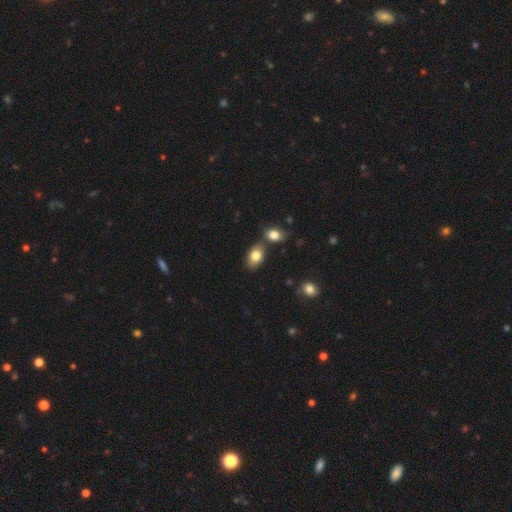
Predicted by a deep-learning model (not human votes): A smooth galaxy with no disk features (82%) that is in between round and cigar-shaped (89%).

Vote fractions:
- Smooth or featured? smooth: 82% / featured or disk: 11% / star or artifact: 8%
- How rounded? in between: 89% / round: 10% / cigar-shaped: 1%
- Merging? none: 67% / merger: 19% / minor disturbance: 12% / major disturbance: 3%